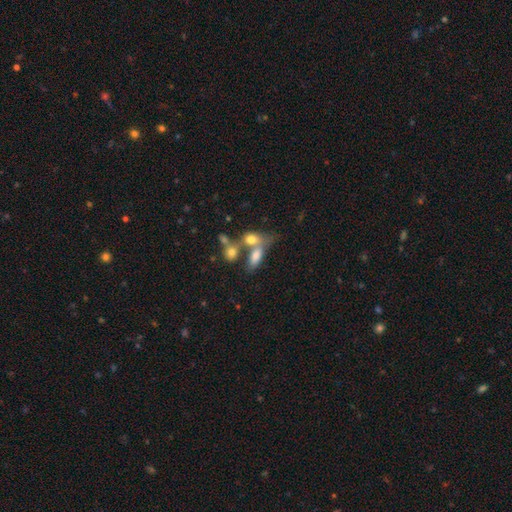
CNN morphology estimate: The model was most divided on "merging": merger: 51%, none: 31%, minor disturbance: 11%, major disturbance: 7%. More confident: how rounded — in between (80%); smooth or featured — smooth (72%).